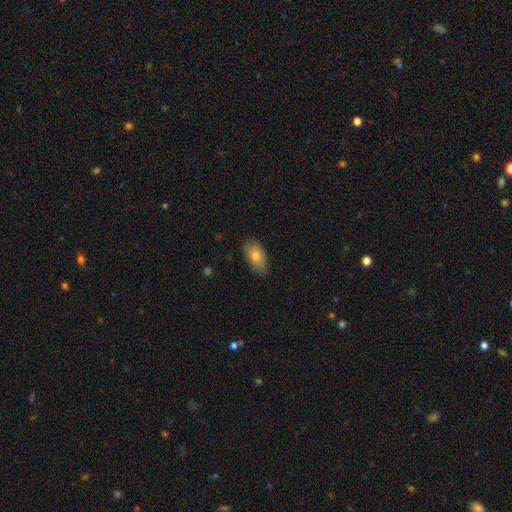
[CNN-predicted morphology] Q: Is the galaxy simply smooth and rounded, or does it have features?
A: smooth — 75%.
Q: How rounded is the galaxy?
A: in between — 91%.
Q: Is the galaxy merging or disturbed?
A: none — 82%.